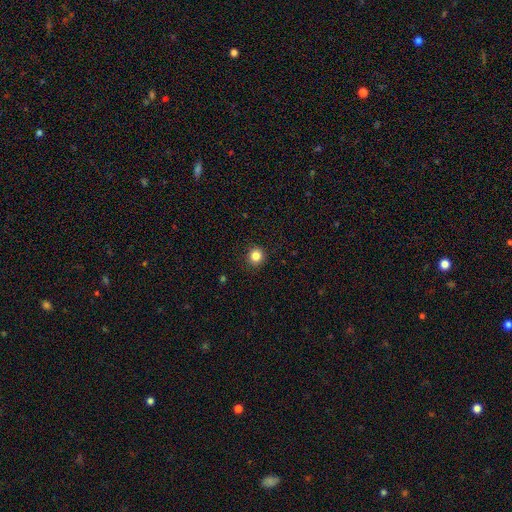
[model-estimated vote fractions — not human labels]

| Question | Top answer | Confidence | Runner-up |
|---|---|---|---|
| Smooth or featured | smooth | 85% | star or artifact (11%) |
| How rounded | round | 91% | in between (8%) |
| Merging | none | 91% | minor disturbance (6%) |